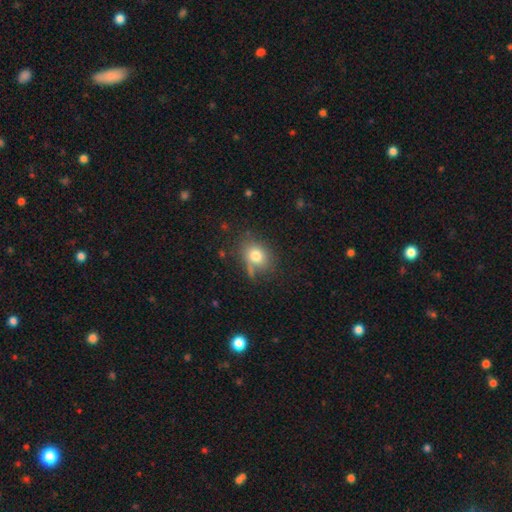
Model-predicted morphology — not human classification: This appears to be a smooth galaxy with no disk features (78%) that is round (51%). Merging: none (64%).